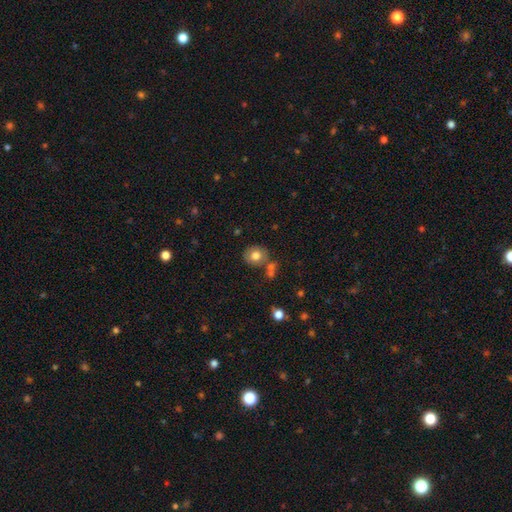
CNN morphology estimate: A smooth galaxy with no disk features (78%) that is round (79%). Merging: none (67%).